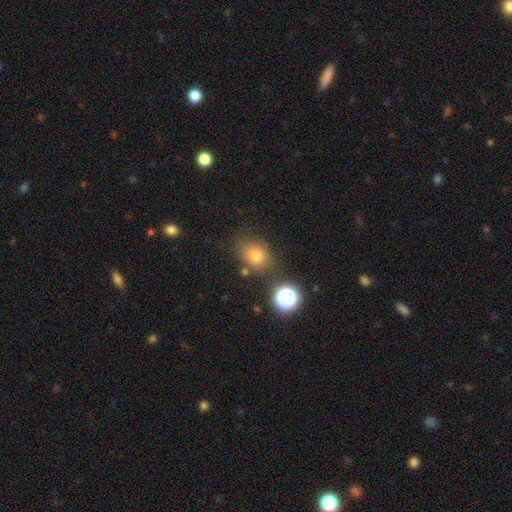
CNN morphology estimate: A smooth galaxy with no disk features (76%) that is in between round and cigar-shaped (51%).

Vote fractions:
- Smooth or featured? smooth: 76% / star or artifact: 16% / featured or disk: 8%
- How rounded? in between: 51% / round: 48% / cigar-shaped: 1%
- Merging? none: 70% / minor disturbance: 17% / merger: 7% / major disturbance: 6%